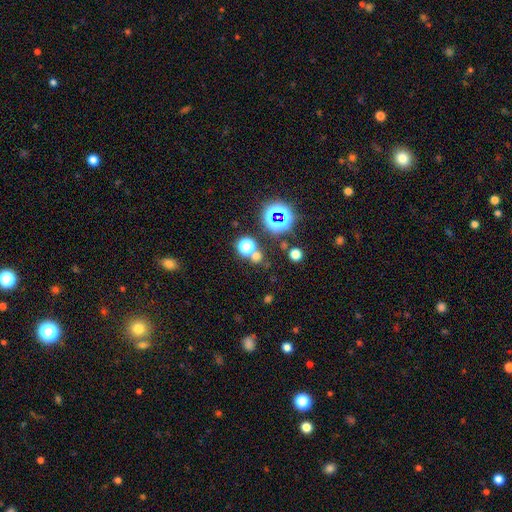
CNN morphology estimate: The model was most divided on "smooth or featured": smooth: 54%, star or artifact: 39%, featured or disk: 8%. More confident: how rounded — round (87%); merging — none (69%).